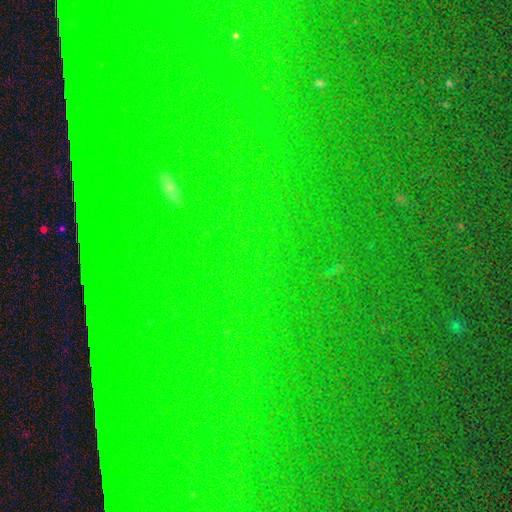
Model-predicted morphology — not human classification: This is likely a star or artifact rather than a galaxy (78%).